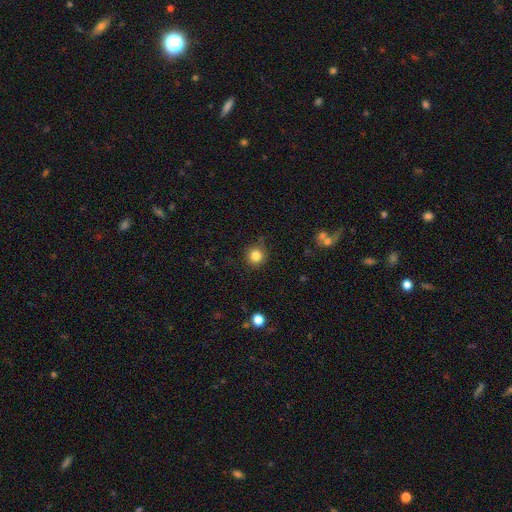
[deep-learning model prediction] The model was most divided on "smooth or featured": smooth: 83%, star or artifact: 12%, featured or disk: 5%. More confident: how rounded — round (93%); merging — none (85%).